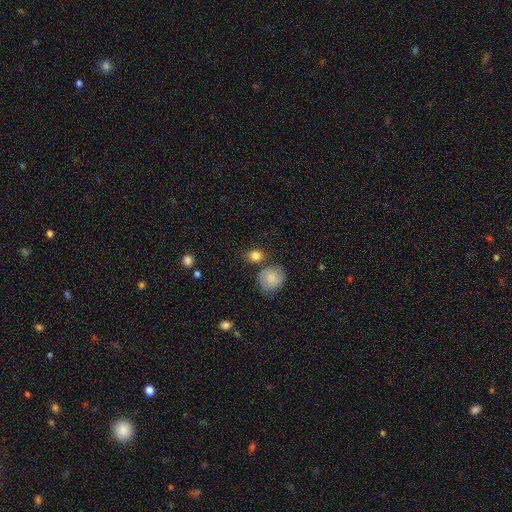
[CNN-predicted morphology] Smooth or featured? smooth (84%)
How rounded? round (63%)
Merging? none (69%)